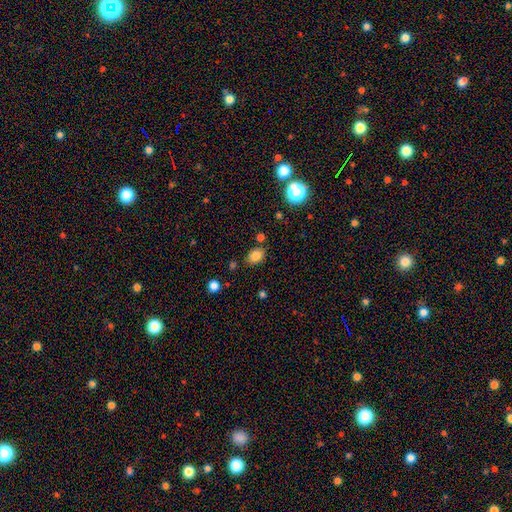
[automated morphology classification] smooth-or-featured: smooth: 82% | star or artifact: 12% | featured or disk: 6%
  how-rounded: in between: 75% | round: 24% | cigar-shaped: 1%
  merging: none: 79% | minor disturbance: 12% | merger: 6% | major disturbance: 3%